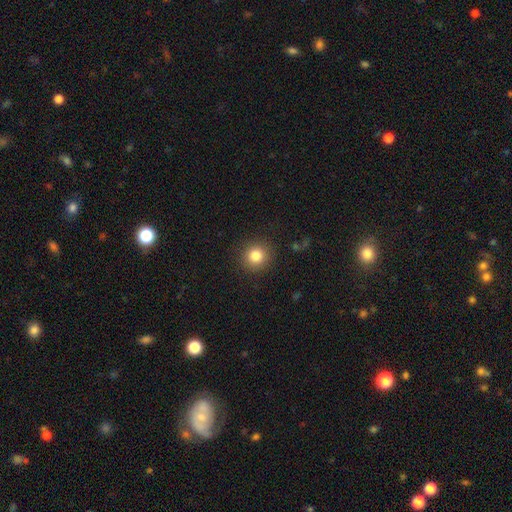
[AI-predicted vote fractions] The model was most divided on "smooth or featured": smooth: 83%, star or artifact: 11%, featured or disk: 7%. More confident: how rounded — round (91%); merging — none (90%).